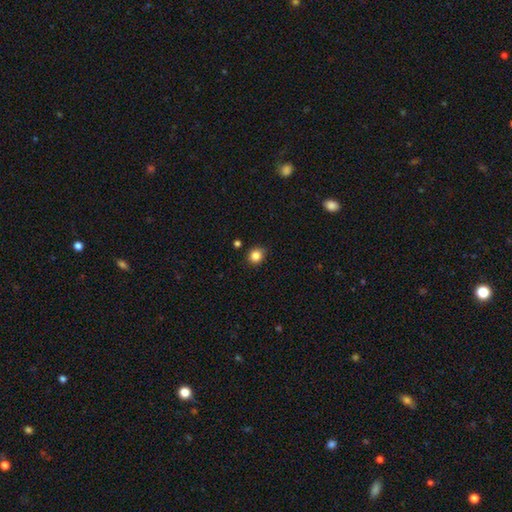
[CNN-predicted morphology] Smooth or featured?
  - smooth: 84% *
  - star or artifact: 12%
  - featured or disk: 4%
How rounded?
  - round: 85% *
  - in between: 14%
  - cigar-shaped: 1%
Merging?
  - none: 82% *
  - minor disturbance: 13%
  - major disturbance: 2%
  - merger: 2%